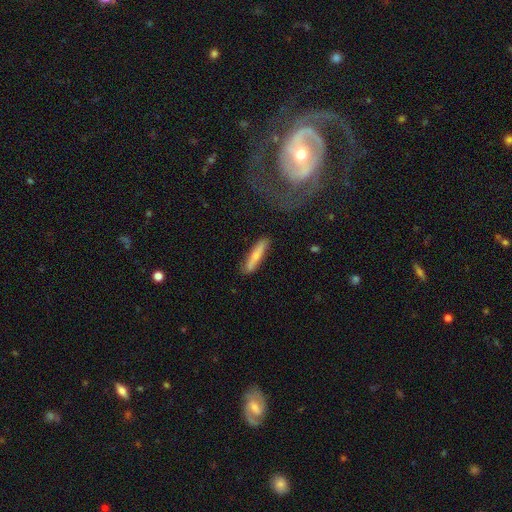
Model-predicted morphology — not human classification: type=smooth (59%); roundness=cigar-shaped (89%); merging=none (83%).